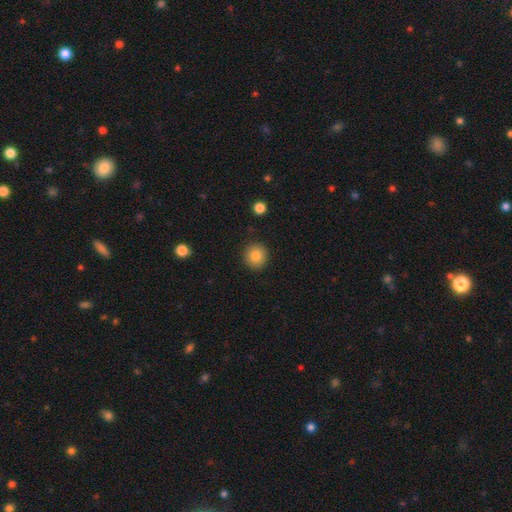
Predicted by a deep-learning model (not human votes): A smooth galaxy with no disk features (83%) that is round (92%). Merging: none (91%).